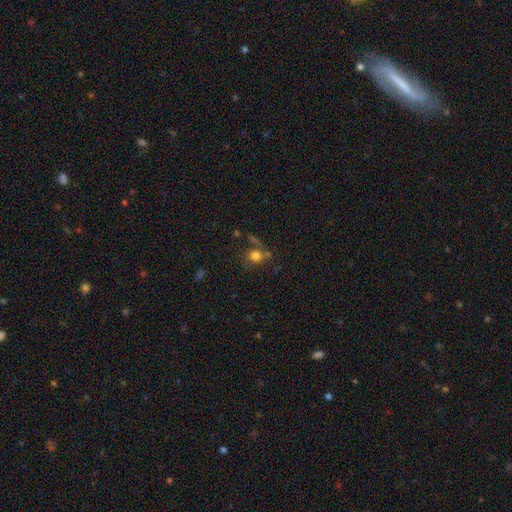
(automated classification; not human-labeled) Smooth or featured: smooth — 74% (star or artifact — 16%)
How rounded: round — 78% (in between — 20%)
Merging: none — 59% (minor disturbance — 16%)